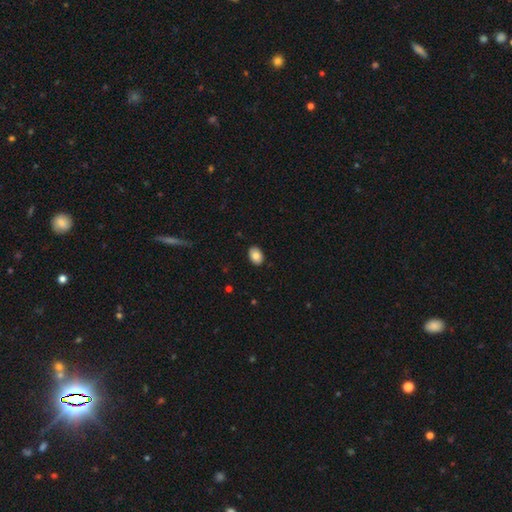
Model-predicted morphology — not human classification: A smooth galaxy with no disk features (82%) that is in between round and cigar-shaped (77%).

Vote fractions:
- Smooth or featured? smooth: 82% / featured or disk: 10% / star or artifact: 8%
- How rounded? in between: 77% / round: 22% / cigar-shaped: 1%
- Merging? none: 89% / minor disturbance: 8% / major disturbance: 2% / merger: 1%